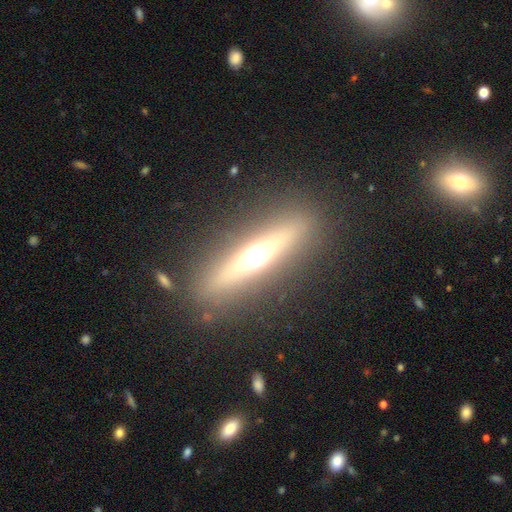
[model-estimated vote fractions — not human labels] Smooth or featured?
  - featured or disk: 63% *
  - smooth: 28%
  - star or artifact: 9%
Edge-on disk?
  - yes: 91% *
  - no: 9%
Edge-on bulge?
  - rounded: 92% *
  - boxy: 4%
  - none: 4%
Merging?
  - none: 87% *
  - minor disturbance: 8%
  - major disturbance: 3%
  - merger: 2%